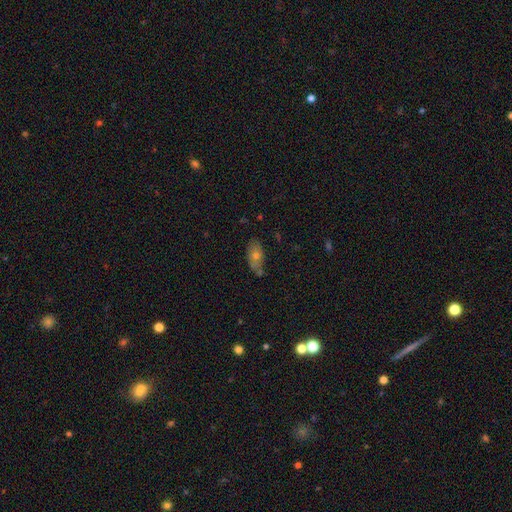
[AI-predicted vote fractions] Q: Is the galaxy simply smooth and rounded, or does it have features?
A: smooth — 58%.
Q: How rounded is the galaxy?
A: in between — 83%.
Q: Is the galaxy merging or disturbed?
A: none — 63%.